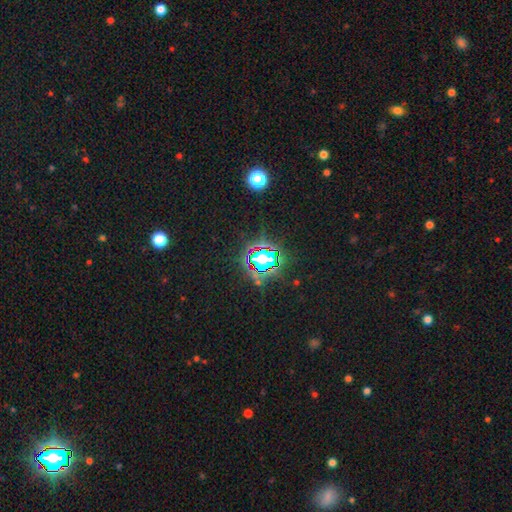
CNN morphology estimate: Smooth or featured?
  - star or artifact: 78% *
  - smooth: 13%
  - featured or disk: 8%